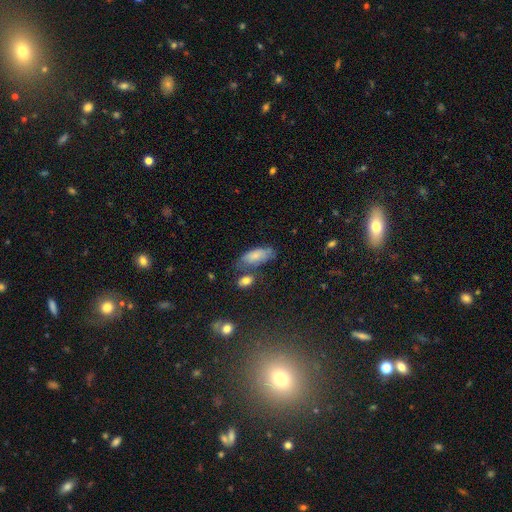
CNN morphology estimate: smooth-or-featured: smooth: 77% | featured or disk: 15% | star or artifact: 8%
  how-rounded: in between: 79% | cigar-shaped: 19% | round: 2%
  merging: none: 55% | minor disturbance: 25% | merger: 12% | major disturbance: 8%